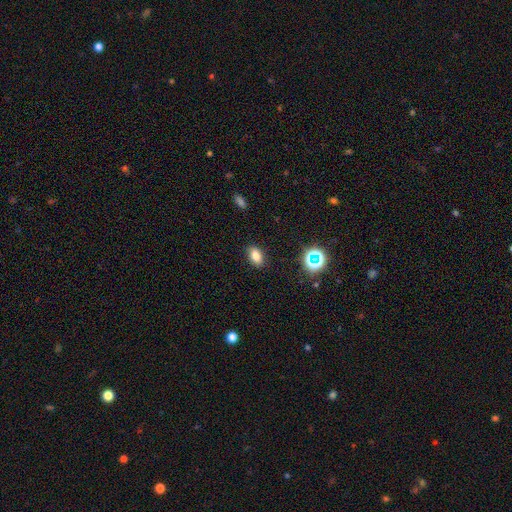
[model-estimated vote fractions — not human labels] Overall: smooth (77%). How rounded: in between (85%). Merging: none (87%).